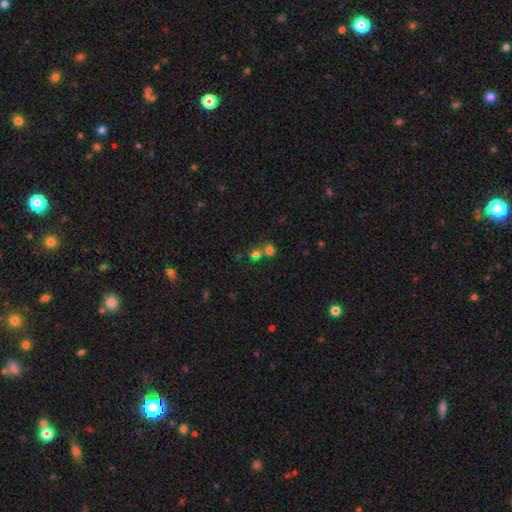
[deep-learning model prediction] Morphology: type=smooth (63%); roundness=round (73%); merging=none (44%, tied with merger).